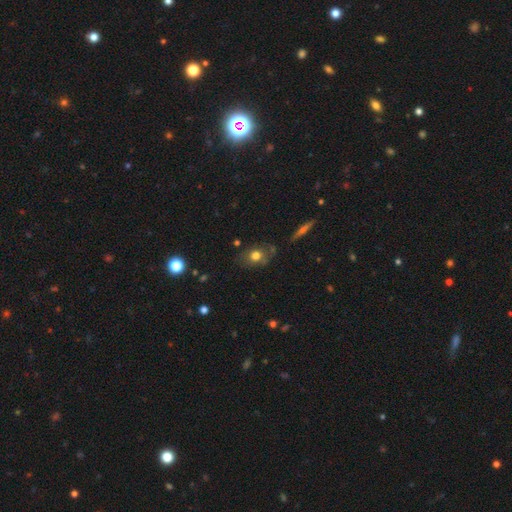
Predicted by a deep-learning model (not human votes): smooth_or_featured: smooth (p=0.70) [alt: featured or disk p=0.18]
how_rounded: in between (p=0.52) [alt: round p=0.45]
merging: none (p=0.71) [alt: minor disturbance p=0.18]